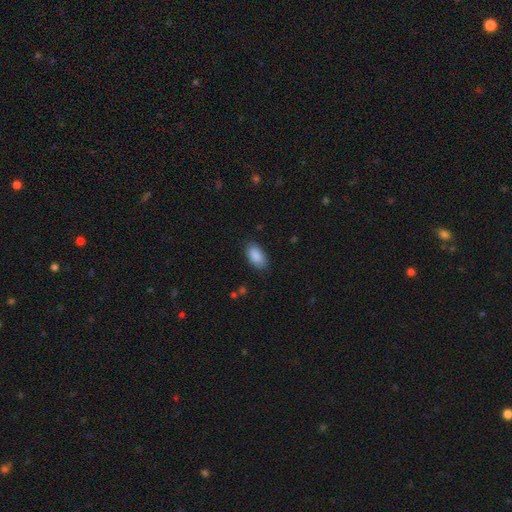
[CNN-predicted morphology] This appears to be a smooth galaxy with no disk features (89%) that is in between round and cigar-shaped (94%). Merging: none (84%).